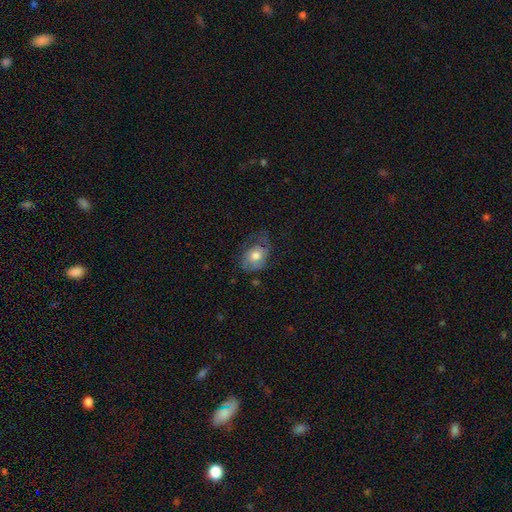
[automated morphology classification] smooth-or-featured: smooth: 60% | featured or disk: 32% | star or artifact: 8%
  how-rounded: in between: 67% | round: 32% | cigar-shaped: 1%
  merging: none: 42% | minor disturbance: 30% | major disturbance: 26% | merger: 2%